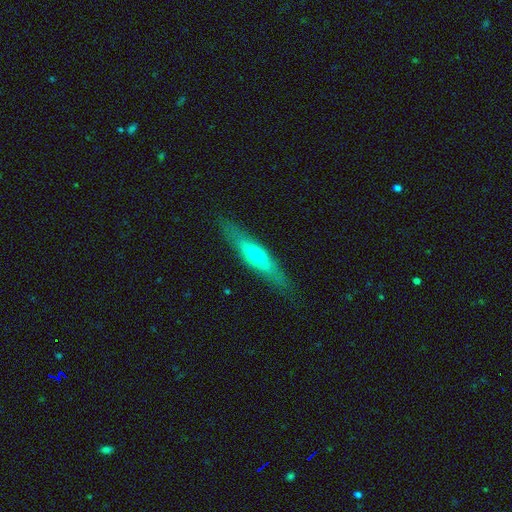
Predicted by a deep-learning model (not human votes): featured or disk 51%, smooth 43%, star or artifact 6%. Down the decision tree: edge-on disk — yes (85%); merging — none (85%).